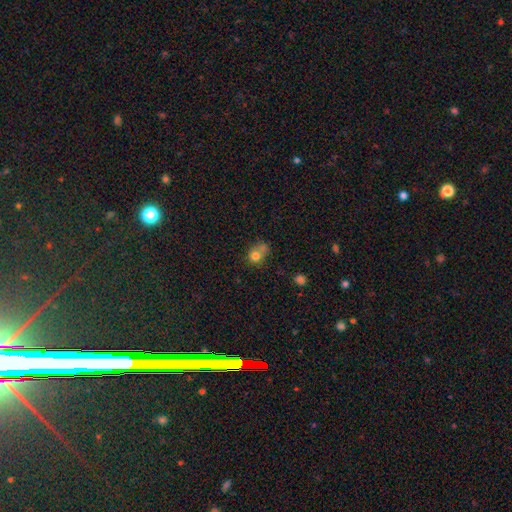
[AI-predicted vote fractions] Morphology: type=smooth (76%); roundness=round (74%); merging=merger (39%).